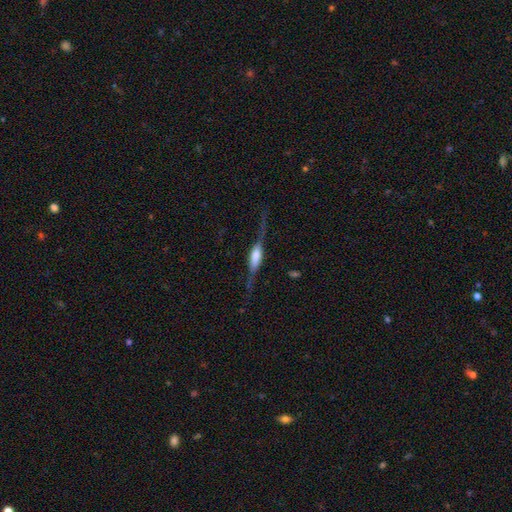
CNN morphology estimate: Smooth or featured? Predicted: featured or disk (p=0.76). Edge-on disk? Predicted: yes (p=0.93). Edge-on bulge? Predicted: rounded (p=0.56). Merging? Predicted: none (p=0.71).